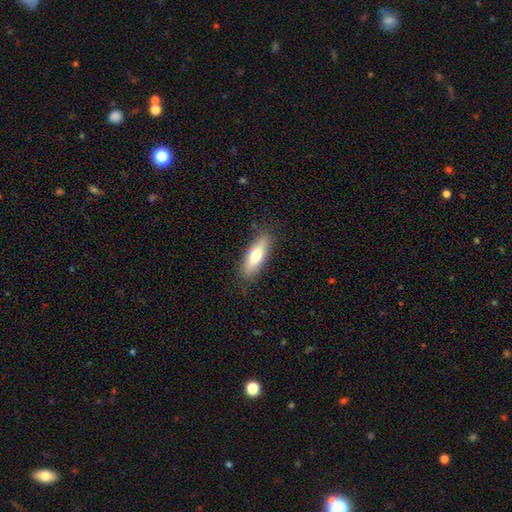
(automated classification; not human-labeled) smooth_or_featured: smooth (p=0.69) [alt: featured or disk p=0.25]
how_rounded: in between (p=0.51) [alt: cigar-shaped p=0.47]
merging: none (p=0.85) [alt: minor disturbance p=0.12]